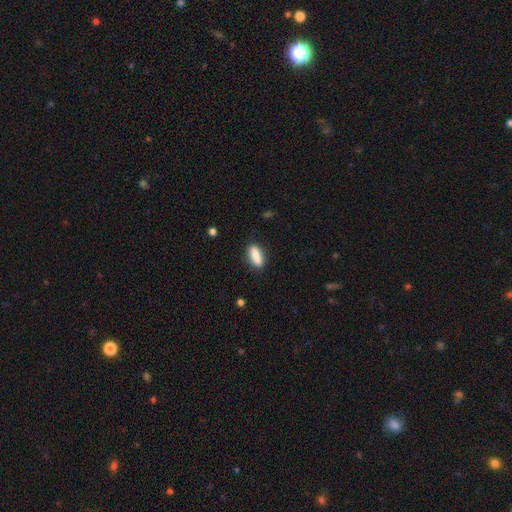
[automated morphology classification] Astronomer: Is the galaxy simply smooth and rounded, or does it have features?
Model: smooth — 87%.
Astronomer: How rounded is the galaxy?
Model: in between — 65%.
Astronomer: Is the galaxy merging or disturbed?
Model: none — 86%.